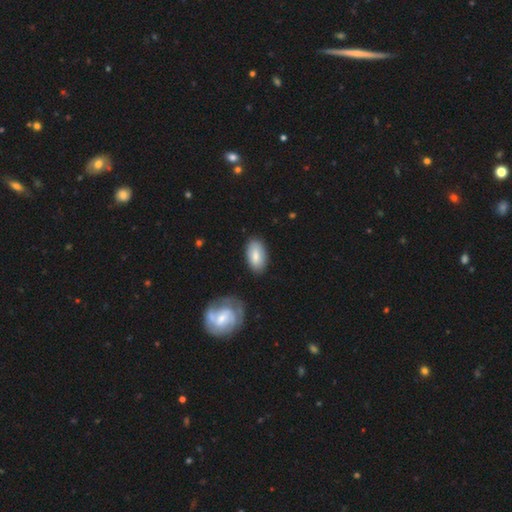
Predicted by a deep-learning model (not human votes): Smooth or featured? smooth (77%)
How rounded? in between (93%)
Merging? none (82%)